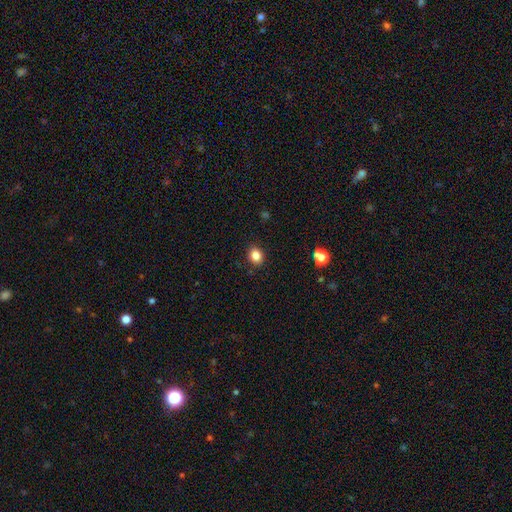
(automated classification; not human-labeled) Morphology: type=smooth (85%); roundness=round (59%); merging=none (89%).